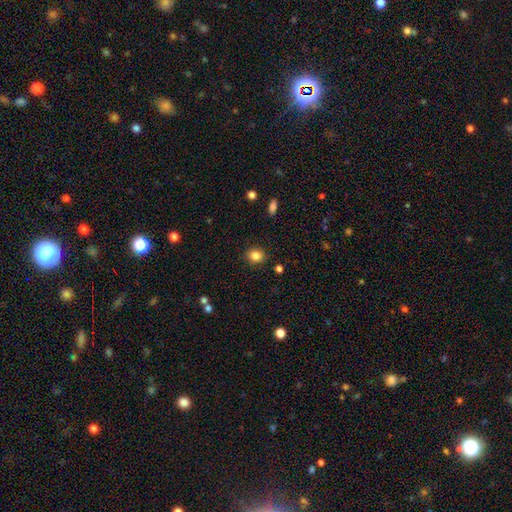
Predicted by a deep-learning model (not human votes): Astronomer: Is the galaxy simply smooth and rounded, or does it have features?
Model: smooth — 85%.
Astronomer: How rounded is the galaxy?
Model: round — 68%.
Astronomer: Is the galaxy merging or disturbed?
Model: none — 89%.